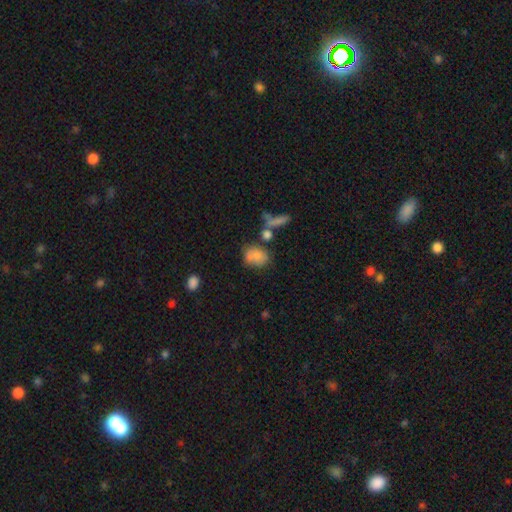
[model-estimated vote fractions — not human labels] This is likely a smooth galaxy (77%). How rounded: likely in between (67%). Merging: possibly none (46%).